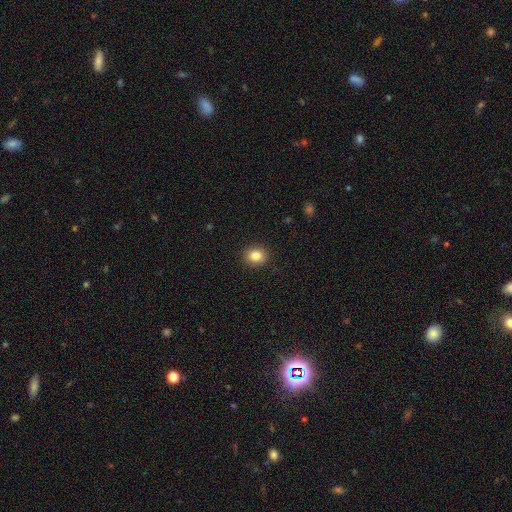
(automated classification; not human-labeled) smooth_or_featured: smooth (p=0.84) [alt: star or artifact p=0.10]
how_rounded: round (p=0.71) [alt: in between p=0.28]
merging: none (p=0.91) [alt: minor disturbance p=0.06]